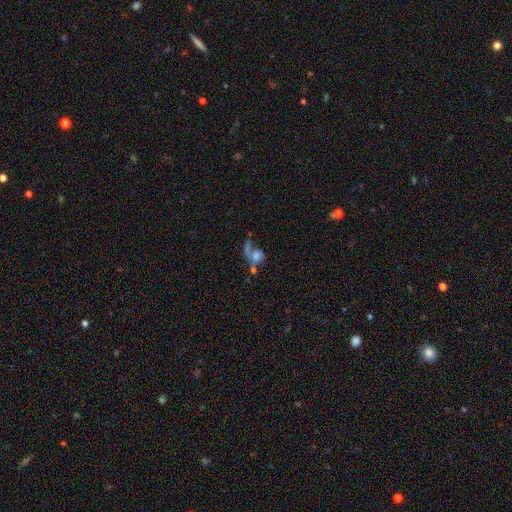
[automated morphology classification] smooth_or_featured: featured or disk (p=0.42) [alt: smooth p=0.41]
merging: merger (p=0.34) [alt: major disturbance p=0.30]